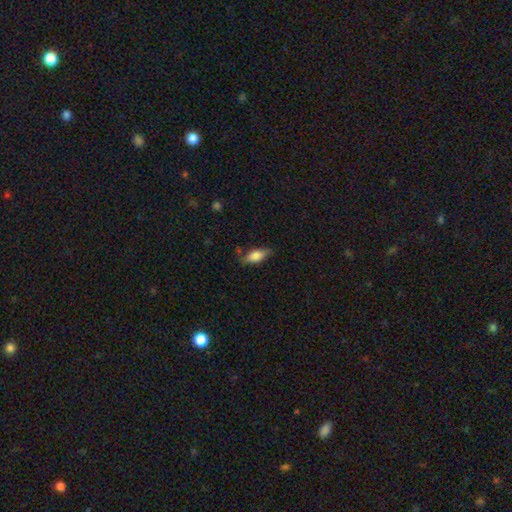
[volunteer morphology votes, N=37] Smooth or featured? 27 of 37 (73%) said smooth. How rounded? 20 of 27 (74%) said in between. Merging? 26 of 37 (70%) said none.